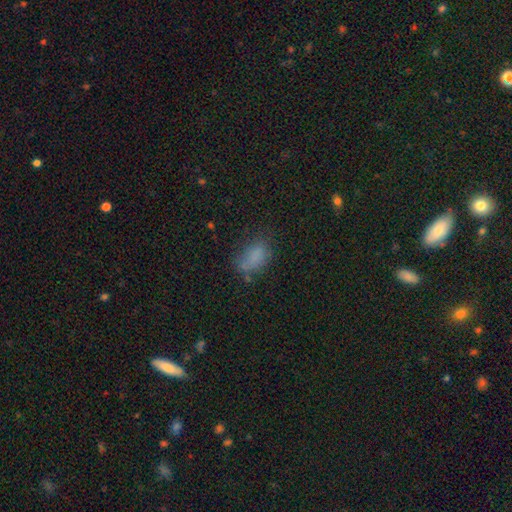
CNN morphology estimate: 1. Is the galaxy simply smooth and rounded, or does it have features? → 76% smooth, 14% star or artifact, 10% featured or disk.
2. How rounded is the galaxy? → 87% in between, 9% round, 3% cigar-shaped.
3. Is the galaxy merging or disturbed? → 54% none, 26% minor disturbance, 15% major disturbance, 5% merger.